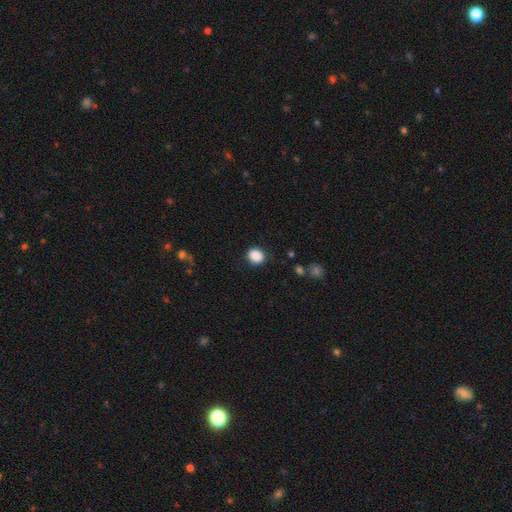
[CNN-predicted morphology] type=smooth (89%); roundness=round (73%); merging=none (87%).